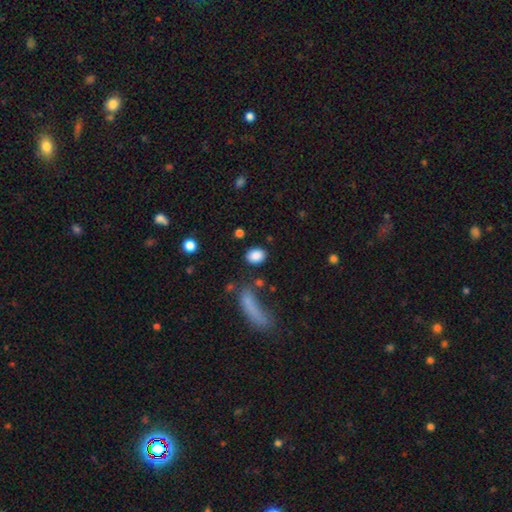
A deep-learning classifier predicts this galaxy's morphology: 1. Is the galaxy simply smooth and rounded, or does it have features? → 87% smooth, 8% star or artifact, 5% featured or disk.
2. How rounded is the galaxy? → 60% in between, 38% round, 2% cigar-shaped.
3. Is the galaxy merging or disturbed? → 81% none, 11% minor disturbance, 5% merger, 4% major disturbance.